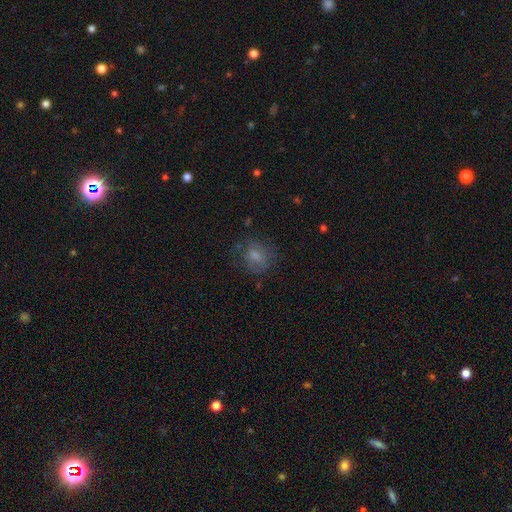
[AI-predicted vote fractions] This is likely a smooth galaxy (70%). How rounded: possibly round (56%). Merging: likely none (61%).